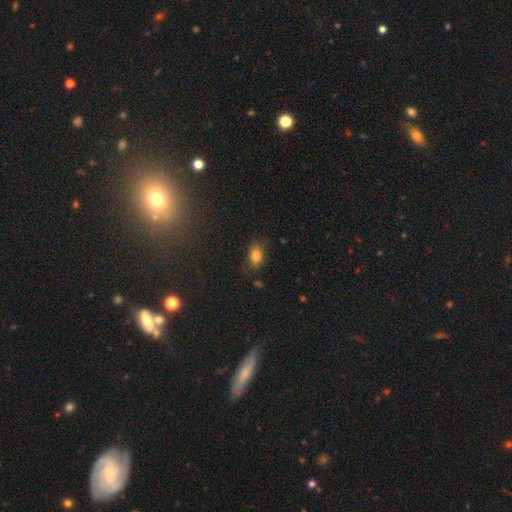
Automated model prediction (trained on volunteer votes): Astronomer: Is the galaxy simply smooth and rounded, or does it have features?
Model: smooth — 80%.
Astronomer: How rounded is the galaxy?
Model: in between — 85%.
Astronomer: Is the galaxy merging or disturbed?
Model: none — 74%.